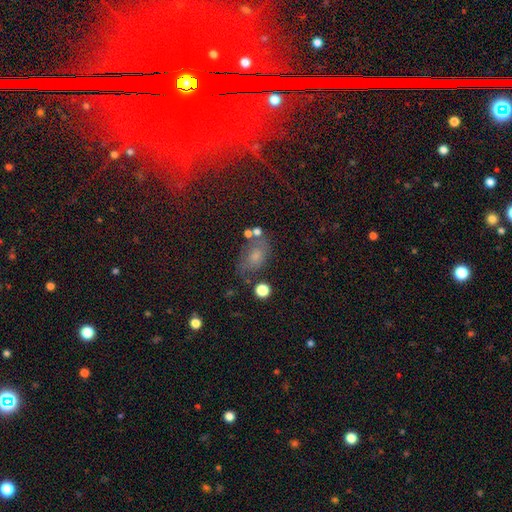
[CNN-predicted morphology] smooth_or_featured: smooth (p=0.60) [alt: featured or disk p=0.21]
how_rounded: in between (p=0.81) [alt: round p=0.17]
merging: none (p=0.56) [alt: minor disturbance p=0.23]